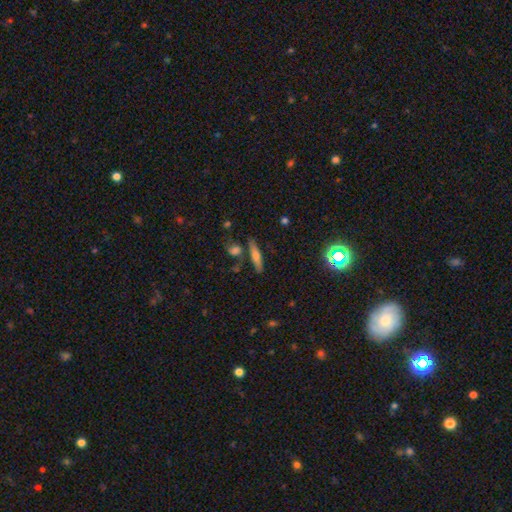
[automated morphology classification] The model was most divided on "smooth or featured": smooth: 53%, featured or disk: 36%, star or artifact: 11%. More confident: how rounded — cigar-shaped (77%); merging — none (75%).